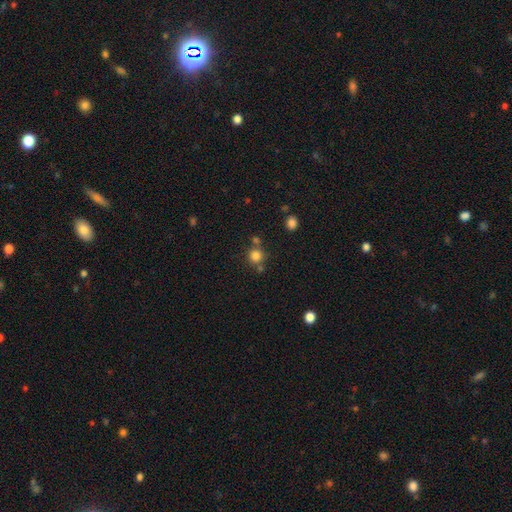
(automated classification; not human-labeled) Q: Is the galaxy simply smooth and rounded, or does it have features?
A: smooth — 81%.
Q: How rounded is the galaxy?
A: round — 92%.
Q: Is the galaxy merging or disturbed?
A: none — 67%.